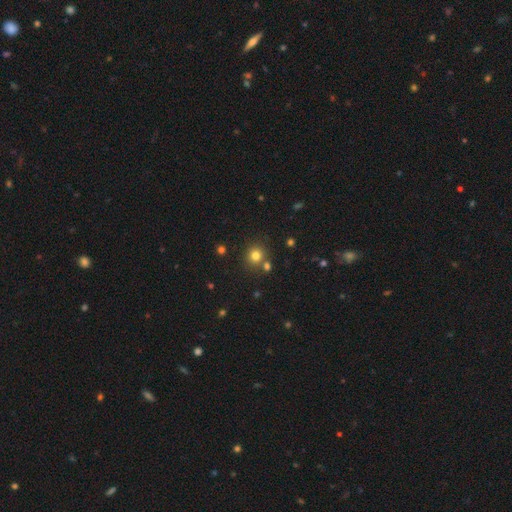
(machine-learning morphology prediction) Smooth or featured: smooth — 77% (star or artifact — 16%)
How rounded: round — 89% (in between — 10%)
Merging: none — 76% (merger — 13%)